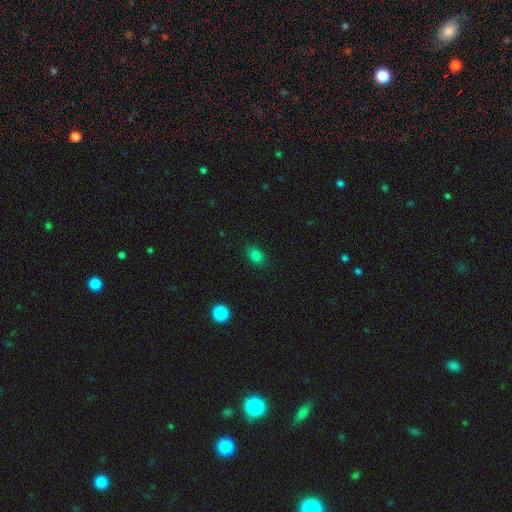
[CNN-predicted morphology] Smooth or featured? Predicted: smooth (p=0.81). How rounded? Predicted: in between (p=0.75). Merging? Predicted: none (p=0.86).